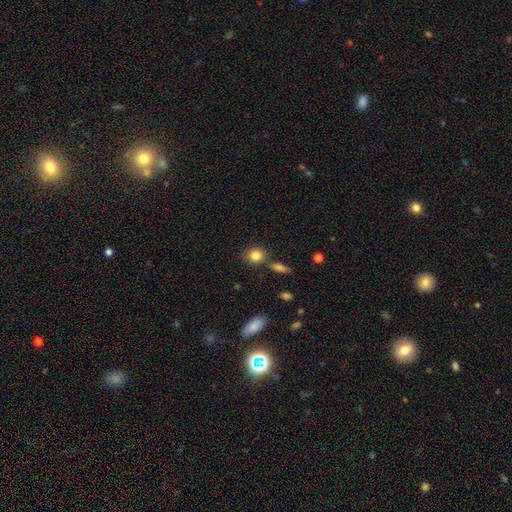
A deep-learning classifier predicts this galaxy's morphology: The model was most divided on "how rounded": round: 64%, in between: 34%, cigar-shaped: 2%. More confident: smooth or featured — smooth (84%); merging — none (75%).